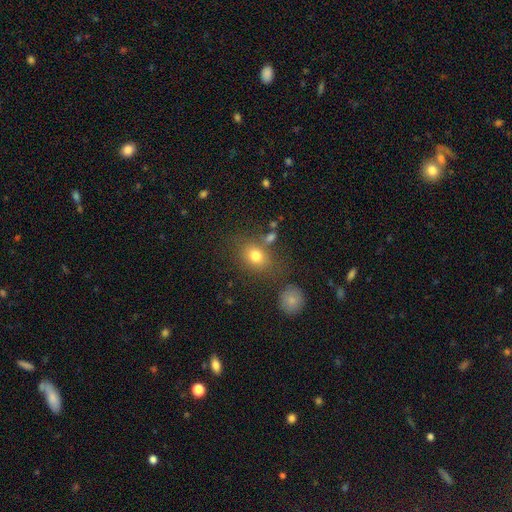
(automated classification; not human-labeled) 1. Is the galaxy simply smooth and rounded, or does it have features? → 77% smooth, 13% star or artifact, 10% featured or disk.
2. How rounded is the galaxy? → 51% in between, 48% round, 1% cigar-shaped.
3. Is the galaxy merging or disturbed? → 68% none, 14% minor disturbance, 11% merger, 7% major disturbance.